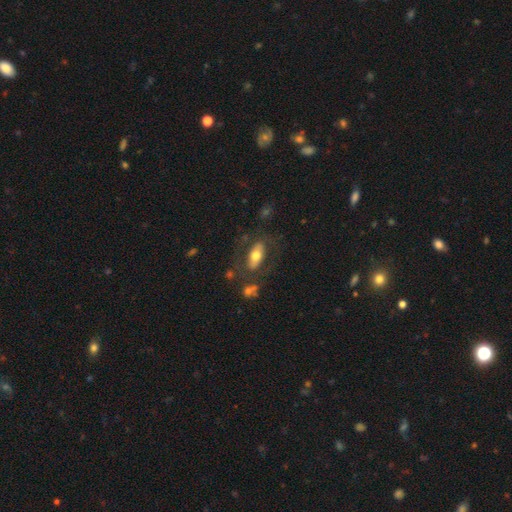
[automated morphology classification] Smooth or featured: smooth — 56% (featured or disk — 37%)
How rounded: in between — 83% (cigar-shaped — 13%)
Merging: none — 66% (minor disturbance — 16%)